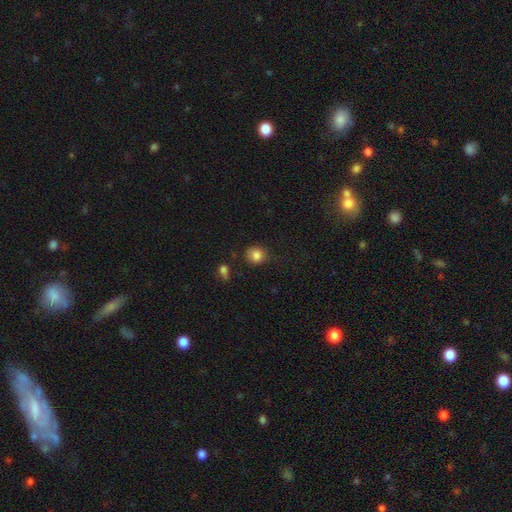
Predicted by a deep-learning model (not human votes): A smooth galaxy with no disk features (84%) that is round (85%).

Vote fractions:
- Smooth or featured? smooth: 84% / star or artifact: 11% / featured or disk: 6%
- How rounded? round: 85% / in between: 14% / cigar-shaped: 1%
- Merging? none: 76% / minor disturbance: 16% / major disturbance: 5% / merger: 3%